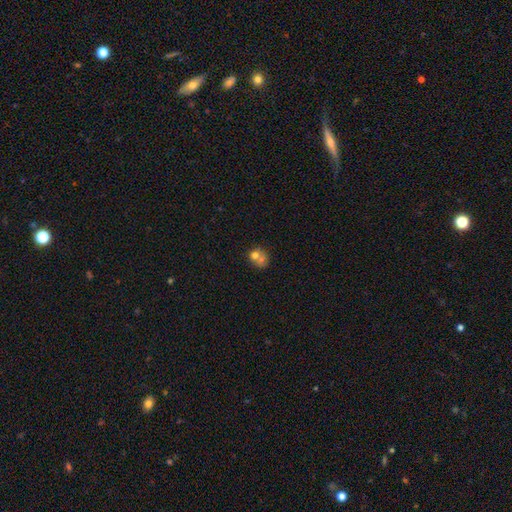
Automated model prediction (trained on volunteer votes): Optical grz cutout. It shows a smooth galaxy with no disk features (64%) that is round (69%). Merging: merger (50%).